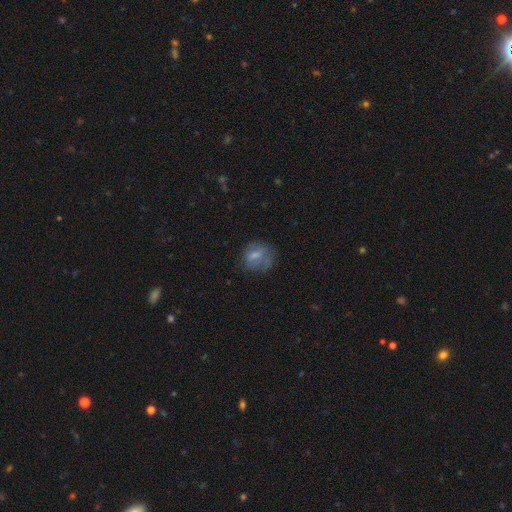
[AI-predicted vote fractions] smooth_or_featured: smooth (p=0.58) [alt: featured or disk p=0.32]
how_rounded: round (p=0.59) [alt: in between p=0.39]
merging: none (p=0.51) [alt: minor disturbance p=0.26]